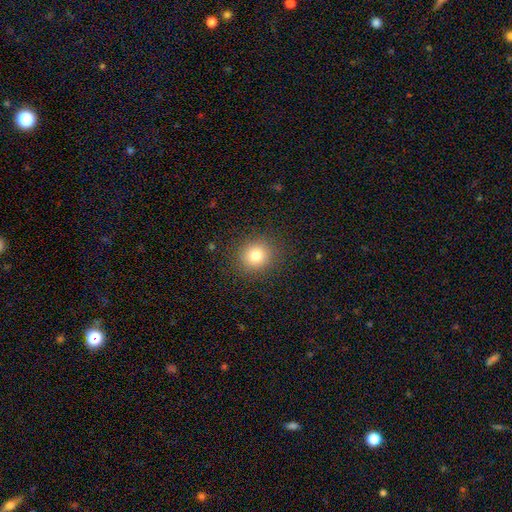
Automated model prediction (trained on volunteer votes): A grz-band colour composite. It shows a smooth galaxy with no disk features (79%) that is round (86%). Merging: none (89%).